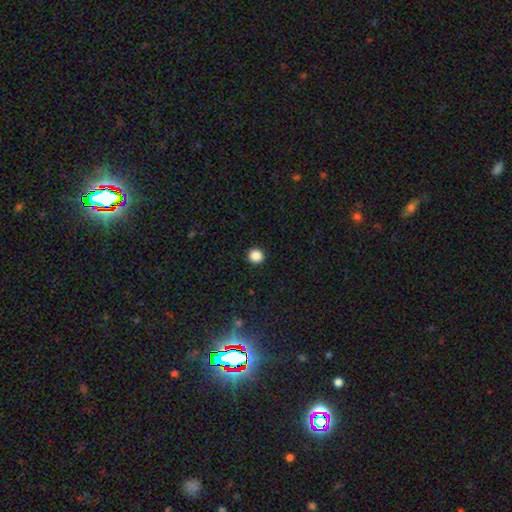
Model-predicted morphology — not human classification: Q: Smooth or featured?
A: smooth (86%); runner-up: star or artifact (11%)
Q: How rounded?
A: round (93%); runner-up: in between (6%)
Q: Merging?
A: none (93%); runner-up: minor disturbance (4%)